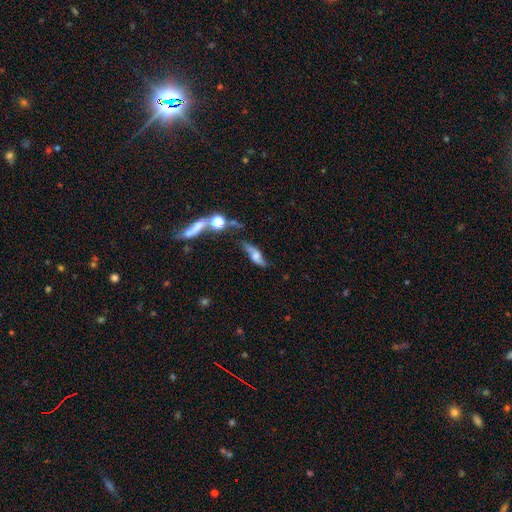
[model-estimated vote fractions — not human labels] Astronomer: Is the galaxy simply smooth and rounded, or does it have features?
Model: featured or disk — 58%.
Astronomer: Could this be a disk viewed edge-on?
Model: no — 67%.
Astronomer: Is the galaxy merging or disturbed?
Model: none — 54%.